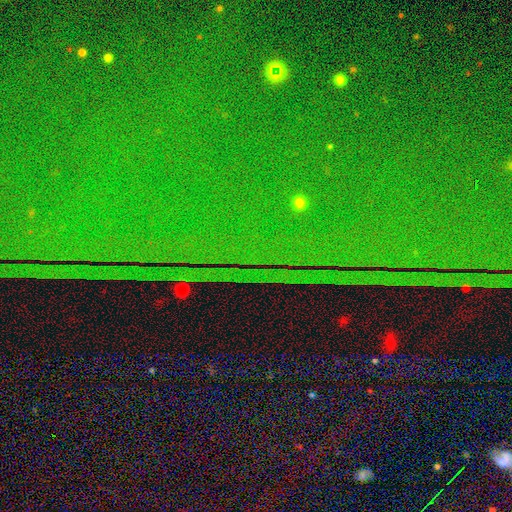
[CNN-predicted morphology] smooth-or-featured: star or artifact: 87% | featured or disk: 7% | smooth: 6%